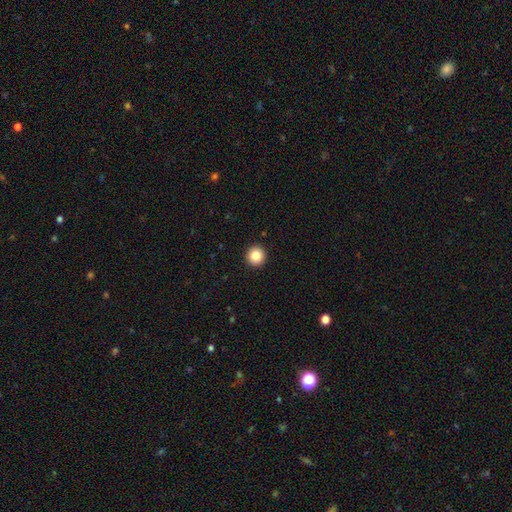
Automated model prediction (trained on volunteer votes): The model was most divided on "smooth or featured": smooth: 86%, star or artifact: 9%, featured or disk: 5%. More confident: how rounded — round (95%); merging — none (94%).